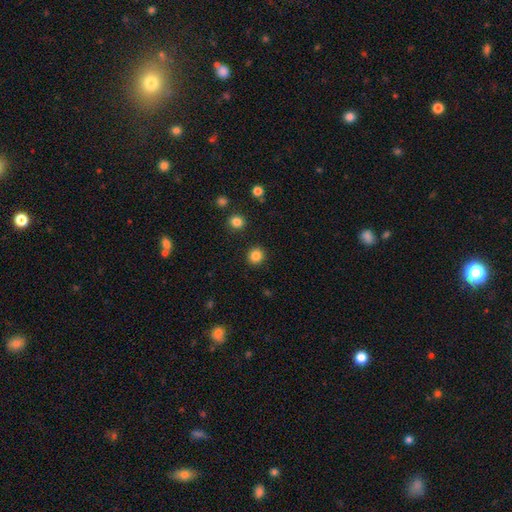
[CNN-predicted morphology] Overall: smooth (85%). How rounded: round (92%). Merging: none (92%).